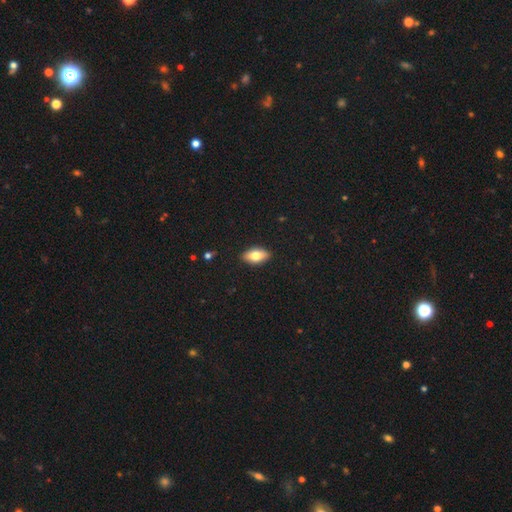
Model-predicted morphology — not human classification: A smooth galaxy with no disk features (73%) that is in between round and cigar-shaped (89%).

Vote fractions:
- Smooth or featured? smooth: 73% / featured or disk: 19% / star or artifact: 7%
- How rounded? in between: 89% / cigar-shaped: 6% / round: 5%
- Merging? none: 89% / minor disturbance: 8% / major disturbance: 2% / merger: 1%